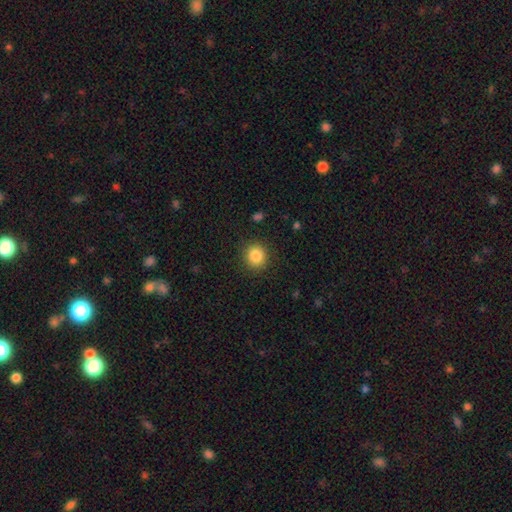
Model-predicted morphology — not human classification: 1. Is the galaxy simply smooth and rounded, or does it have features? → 86% smooth, 10% star or artifact, 4% featured or disk.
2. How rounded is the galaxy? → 87% round, 12% in between, 1% cigar-shaped.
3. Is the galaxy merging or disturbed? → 89% none, 7% minor disturbance, 3% major disturbance, 1% merger.